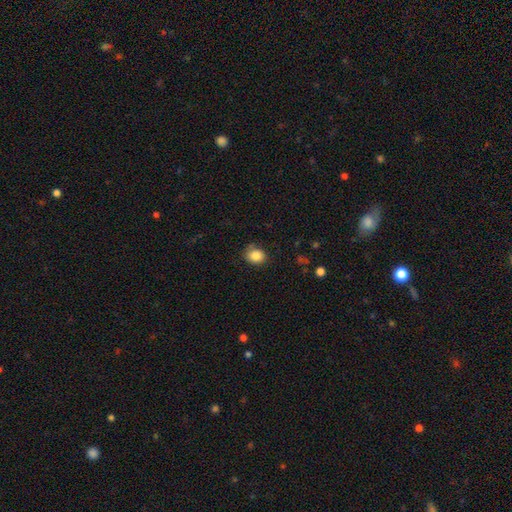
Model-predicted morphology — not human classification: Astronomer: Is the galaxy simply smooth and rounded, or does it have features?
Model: smooth — 84%.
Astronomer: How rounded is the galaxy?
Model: round — 60% (runner-up: in between, 39%).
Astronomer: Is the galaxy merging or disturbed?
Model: none — 71%.